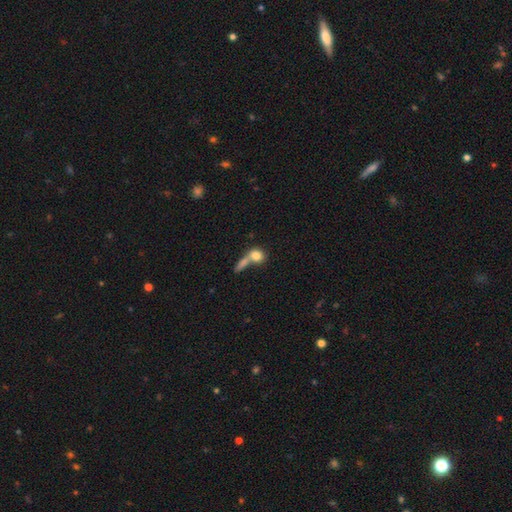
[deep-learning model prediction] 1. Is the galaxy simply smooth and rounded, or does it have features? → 79% smooth, 13% featured or disk, 8% star or artifact.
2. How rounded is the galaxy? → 61% round, 32% in between, 7% cigar-shaped.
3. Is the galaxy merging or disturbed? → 51% merger, 32% none, 9% minor disturbance, 8% major disturbance.